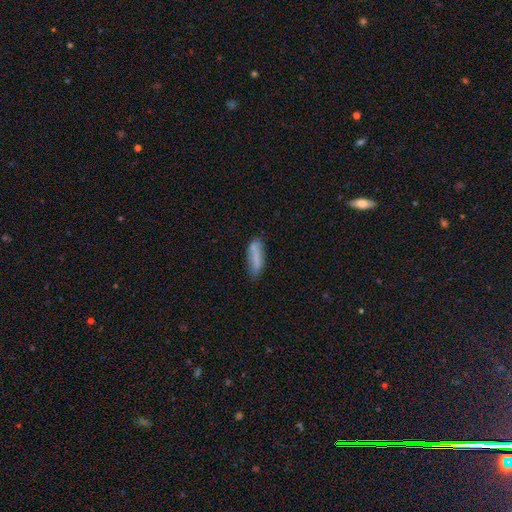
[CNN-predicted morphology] Smooth or featured?
  - smooth: 75% *
  - featured or disk: 17%
  - star or artifact: 8%
How rounded?
  - cigar-shaped: 52% *
  - in between: 45%
  - round: 2%
Merging?
  - none: 65% *
  - minor disturbance: 24%
  - major disturbance: 6%
  - merger: 5%